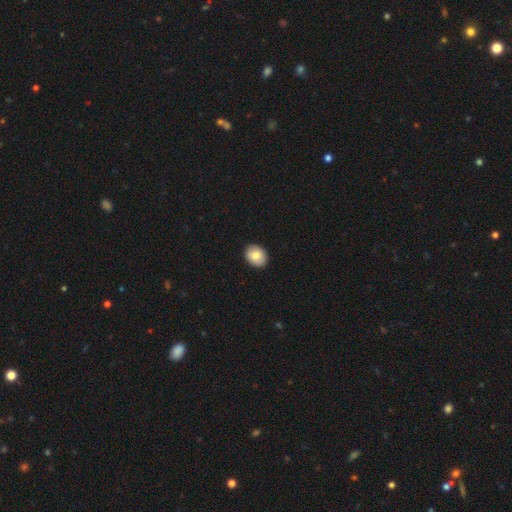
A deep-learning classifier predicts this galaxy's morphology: Q: Smooth or featured?
A: smooth (82%); runner-up: featured or disk (10%)
Q: How rounded?
A: in between (55%); runner-up: round (45%)
Q: Merging?
A: none (91%); runner-up: minor disturbance (7%)